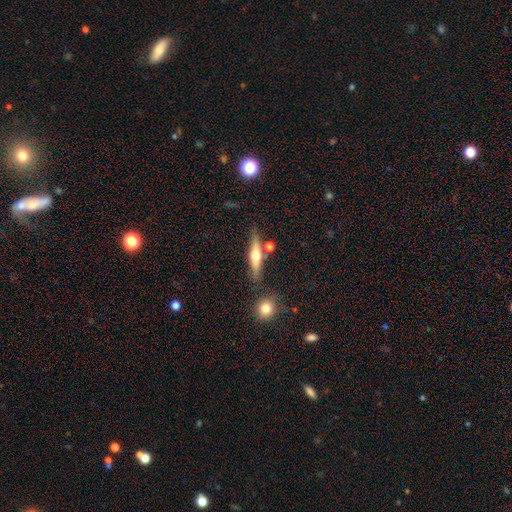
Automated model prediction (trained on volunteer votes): A featured or disk galaxy (54%) viewed edge-on (93%) with a rounded central bulge (93%). Merging: none (75%).